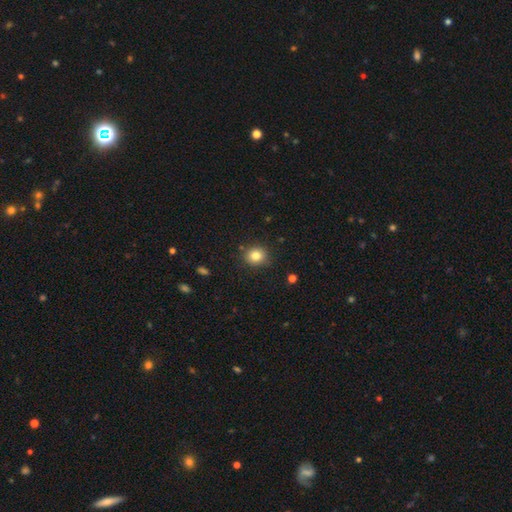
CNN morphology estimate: Q: Smooth or featured?
A: smooth (82%); runner-up: star or artifact (11%)
Q: How rounded?
A: round (82%); runner-up: in between (17%)
Q: Merging?
A: none (87%); runner-up: minor disturbance (9%)